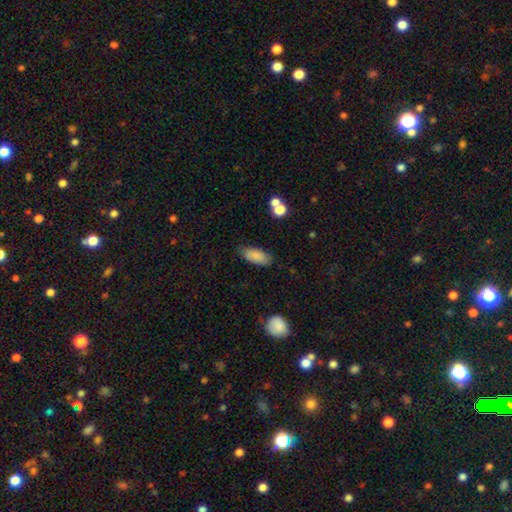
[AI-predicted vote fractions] Morphology: type=smooth (85%); roundness=in between (81%); merging=none (79%).